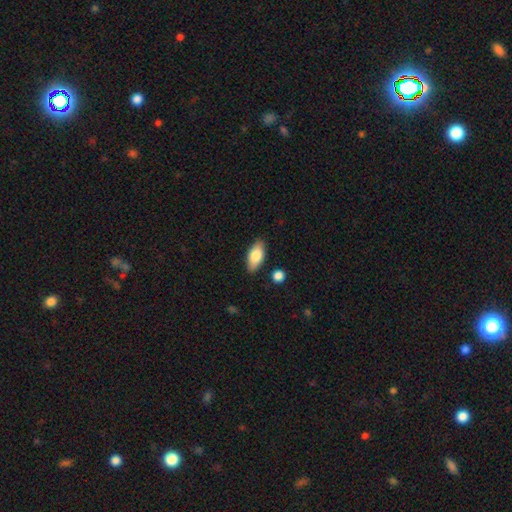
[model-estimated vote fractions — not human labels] This appears to be a smooth galaxy with no disk features (80%) that is in between round and cigar-shaped (89%). Merging: none (86%).